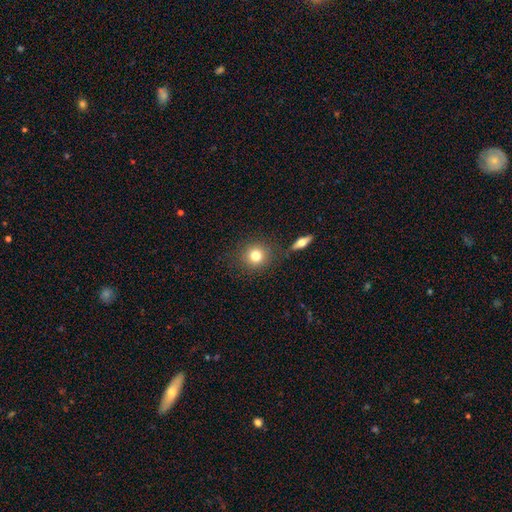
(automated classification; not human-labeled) The model was most divided on "smooth or featured": smooth: 79%, star or artifact: 10%, featured or disk: 10%. More confident: how rounded — round (88%); merging — none (83%).